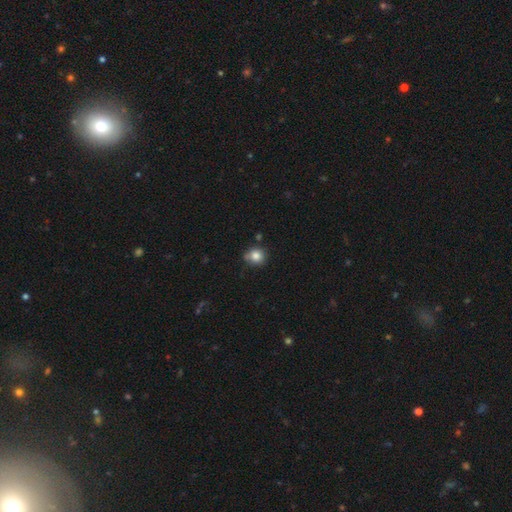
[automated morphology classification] type=smooth (84%); roundness=round (82%); merging=none (72%).